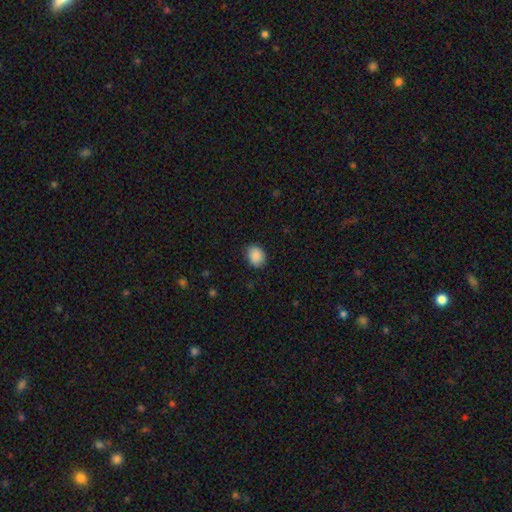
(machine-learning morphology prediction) A smooth galaxy with no disk features (88%) that is in between round and cigar-shaped (55%). Merging: none (83%).